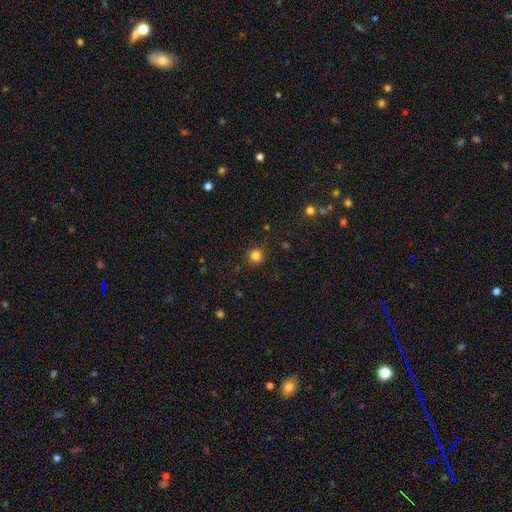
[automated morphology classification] This is clearly a smooth galaxy (82%). How rounded: clearly round (94%). Merging: clearly none (90%).